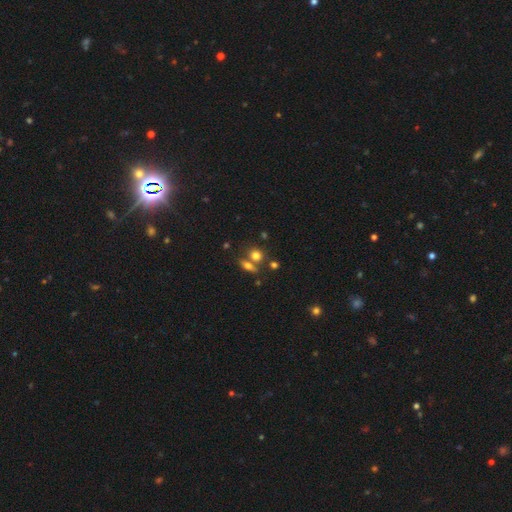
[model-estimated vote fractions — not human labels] smooth-or-featured: smooth: 72% | star or artifact: 14% | featured or disk: 14%
  how-rounded: round: 61% | in between: 34% | cigar-shaped: 5%
  merging: none: 54% | merger: 33% | minor disturbance: 10% | major disturbance: 4%